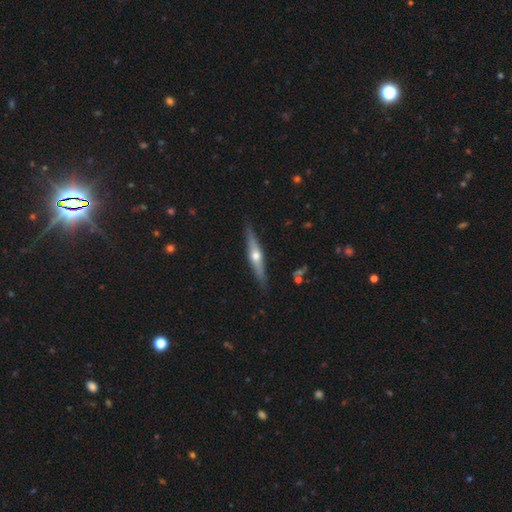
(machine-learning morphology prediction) The model was most divided on "smooth or featured": featured or disk: 70%, smooth: 24%, star or artifact: 6%. More confident: edge-on disk — yes (96%); edge-on bulge — rounded (93%); merging — none (89%).